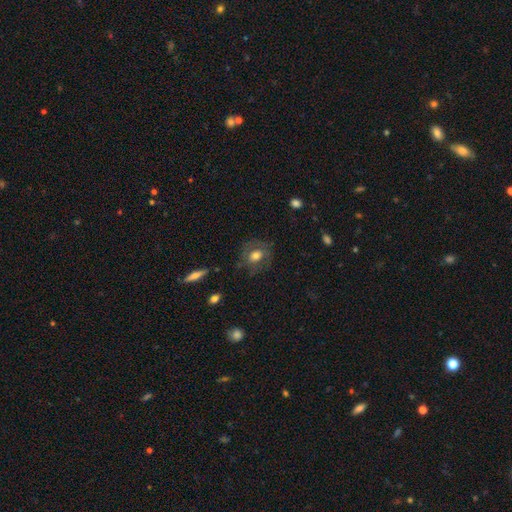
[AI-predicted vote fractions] This is possibly a smooth galaxy (53%). How rounded: likely round (64%). Merging: likely none (68%).